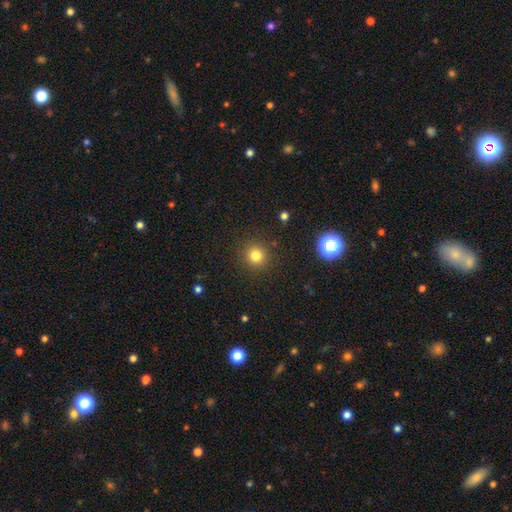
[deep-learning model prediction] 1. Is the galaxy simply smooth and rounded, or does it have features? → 79% smooth, 15% star or artifact, 6% featured or disk.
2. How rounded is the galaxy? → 93% round, 6% in between, 1% cigar-shaped.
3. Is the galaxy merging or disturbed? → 89% none, 6% minor disturbance, 3% major disturbance, 2% merger.